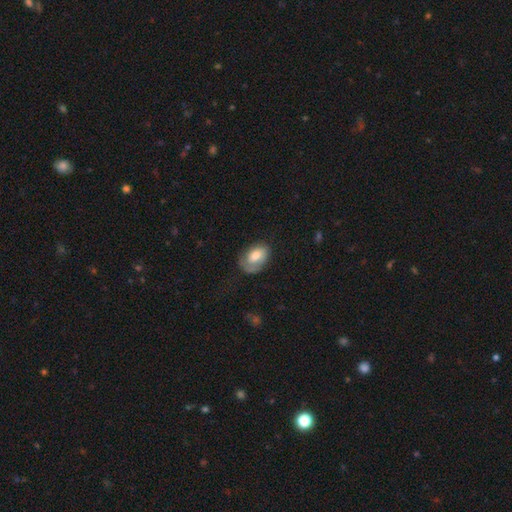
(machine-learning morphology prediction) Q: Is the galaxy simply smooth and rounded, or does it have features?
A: smooth — 66%.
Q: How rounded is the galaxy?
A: in between — 85%.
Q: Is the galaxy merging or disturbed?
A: none — 55%.